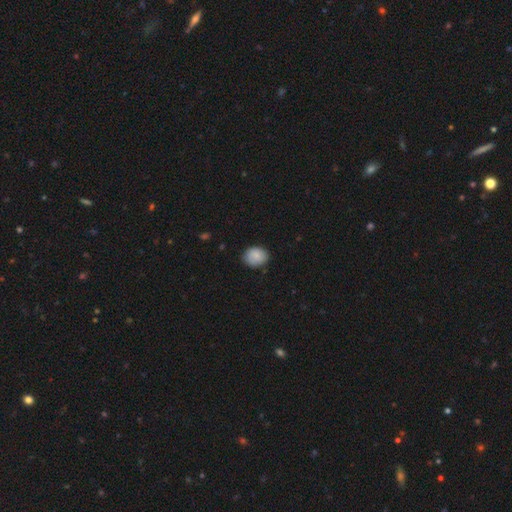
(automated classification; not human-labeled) Q: Smooth or featured?
A: smooth (86%); runner-up: featured or disk (7%)
Q: How rounded?
A: round (50%); runner-up: in between (49%)
Q: Merging?
A: none (80%); runner-up: minor disturbance (16%)